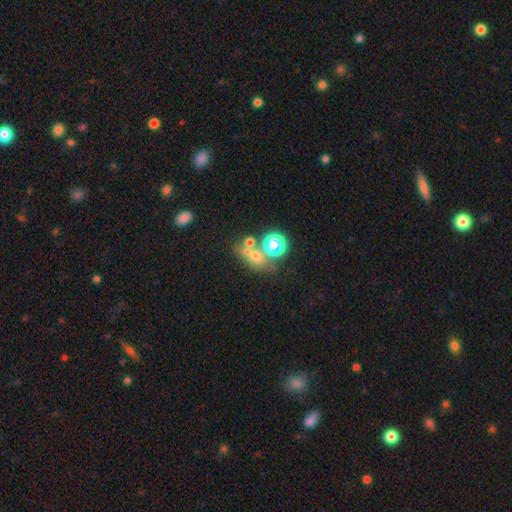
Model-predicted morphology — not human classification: Smooth or featured? Predicted: smooth (p=0.52). How rounded? Predicted: round (p=0.65). Merging? Predicted: none (p=0.43).